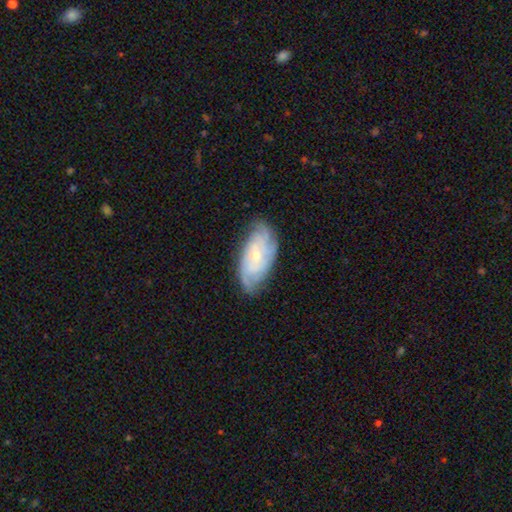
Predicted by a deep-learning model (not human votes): smooth-or-featured: featured or disk: 71% | smooth: 23% | star or artifact: 7%
  disk-edge-on: no: 93% | yes: 7%
    bar: no: 75% | weak: 21% | strong: 4%
    has-spiral-arms: yes: 90% | no: 10%
      spiral-winding: tight: 57% | medium: 32% | loose: 11%
      spiral-arm-count: can't tell: 42% | 3: 18% | 2: 16% | 4: 14% | more than 4: 5% | 1: 5%
    bulge-size: small: 62% | moderate: 34% | none: 2% | large: 2% | dominant: 1%
  merging: none: 72% | minor disturbance: 22% | major disturbance: 6% | merger: 1%